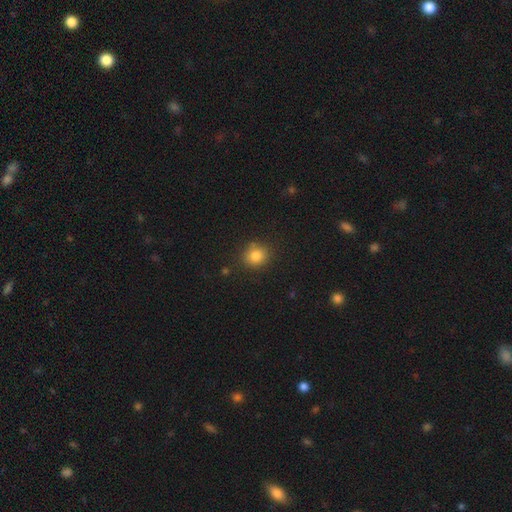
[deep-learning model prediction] Morphology: type=smooth (83%); roundness=round (80%); merging=none (82%).